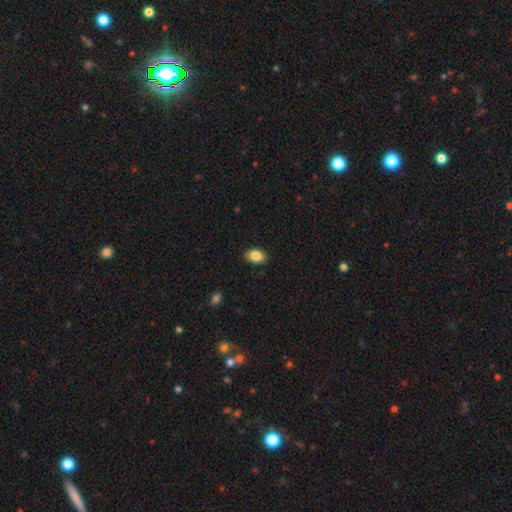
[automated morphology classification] Smooth or featured? Predicted: smooth (p=0.86). How rounded? Predicted: in between (p=0.87). Merging? Predicted: none (p=0.89).